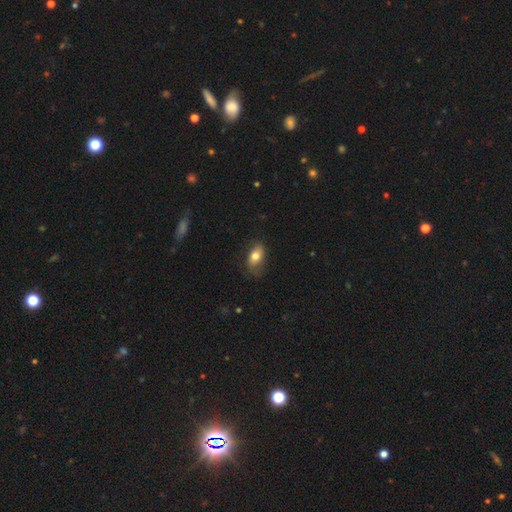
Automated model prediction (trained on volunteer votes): This appears to be a smooth galaxy with no disk features (74%) that is in between round and cigar-shaped (88%). Merging: none (62%).